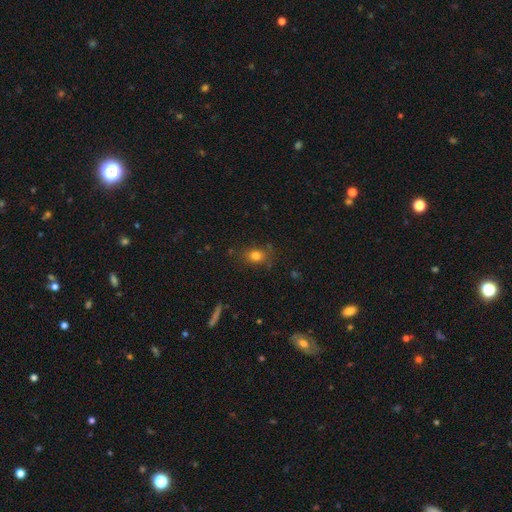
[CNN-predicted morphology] A smooth galaxy with no disk features (79%) that is in between round and cigar-shaped (59%). Merging: none (77%).